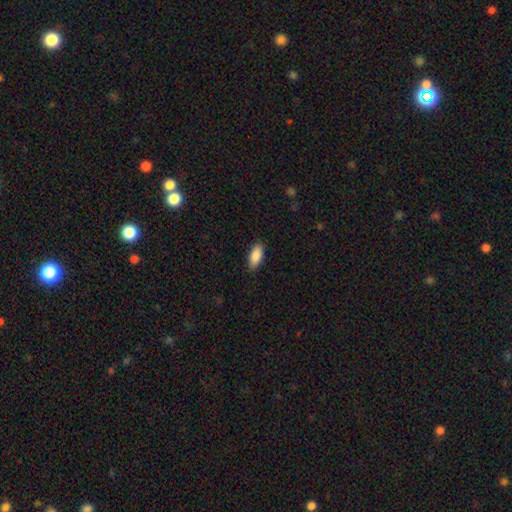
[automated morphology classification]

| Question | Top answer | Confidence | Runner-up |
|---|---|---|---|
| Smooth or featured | smooth | 88% | star or artifact (6%) |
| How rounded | in between | 86% | cigar-shaped (12%) |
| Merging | none | 87% | minor disturbance (10%) |